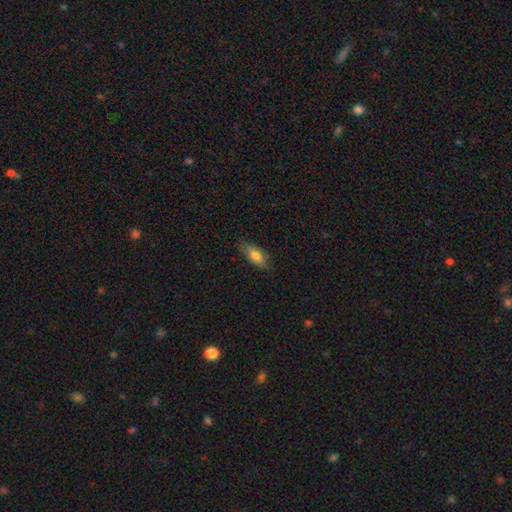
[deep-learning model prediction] Morphology: type=smooth (75%); roundness=in between (75%); merging=none (77%).